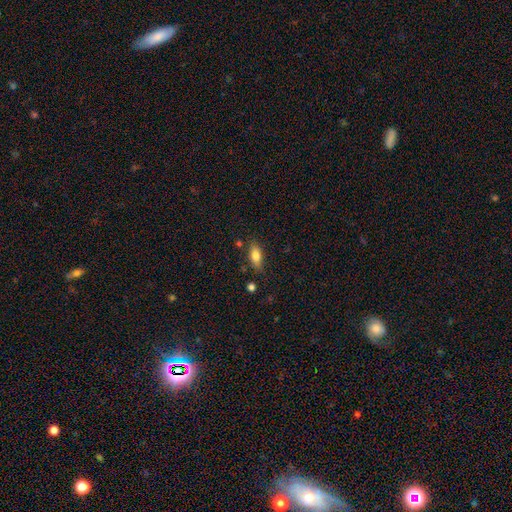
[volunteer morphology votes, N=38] type=smooth (76%); roundness=in between (86%); merging=none (86%).